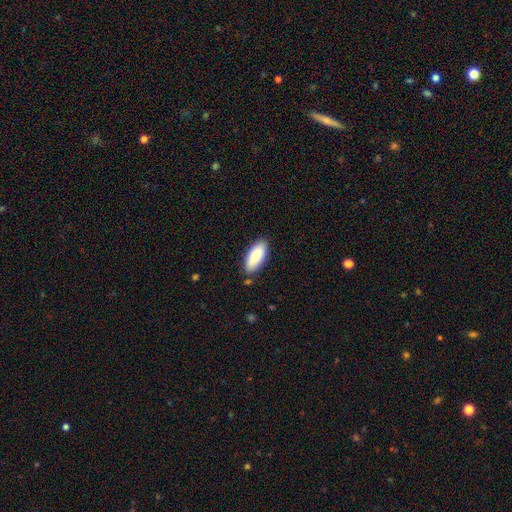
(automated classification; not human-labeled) This is clearly a smooth galaxy (82%). How rounded: clearly in between (87%). Merging: clearly none (84%).